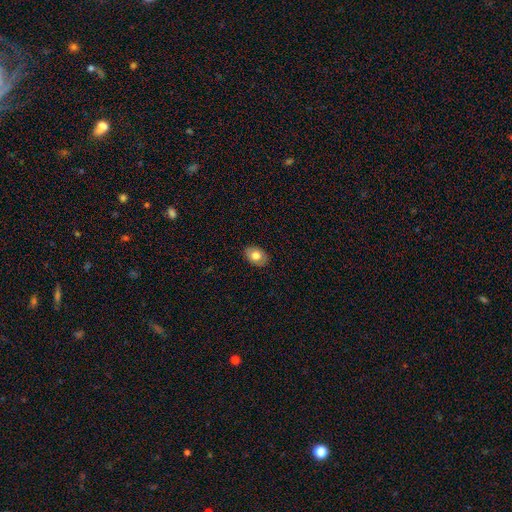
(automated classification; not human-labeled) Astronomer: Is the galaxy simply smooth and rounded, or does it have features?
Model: smooth — 75%.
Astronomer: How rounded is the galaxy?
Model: in between — 80%.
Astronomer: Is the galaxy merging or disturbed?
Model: none — 86%.